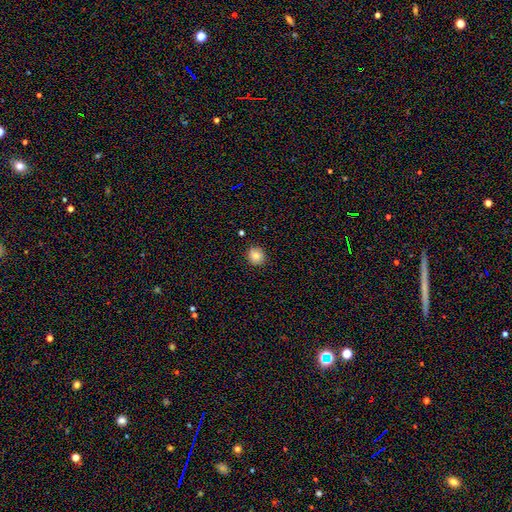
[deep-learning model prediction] Smooth or featured? Predicted: smooth (p=0.83). How rounded? Predicted: round (p=0.88). Merging? Predicted: none (p=0.89).